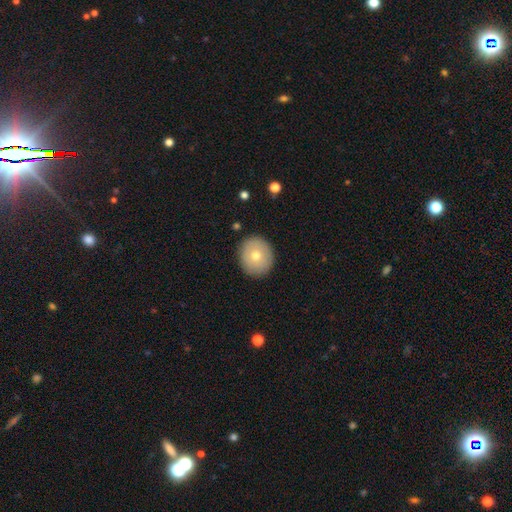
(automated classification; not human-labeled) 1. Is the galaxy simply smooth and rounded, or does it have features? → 69% smooth, 23% featured or disk, 8% star or artifact.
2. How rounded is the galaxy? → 79% round, 20% in between, 1% cigar-shaped.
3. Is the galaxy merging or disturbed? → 89% none, 8% minor disturbance, 2% major disturbance, 1% merger.